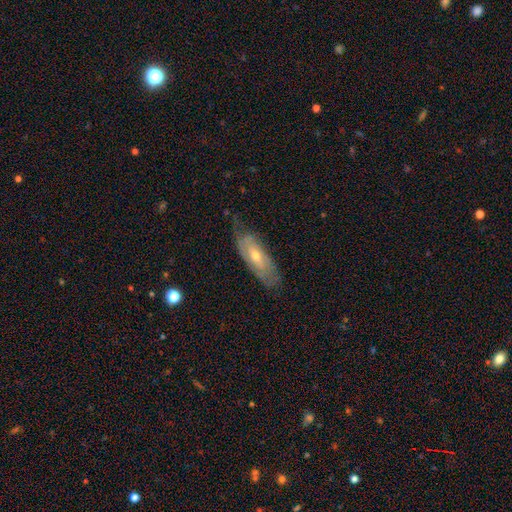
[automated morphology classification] This is likely a featured or disk galaxy (62%). It is likely not viewed edge-on (76%). Merging: likely none (67%).